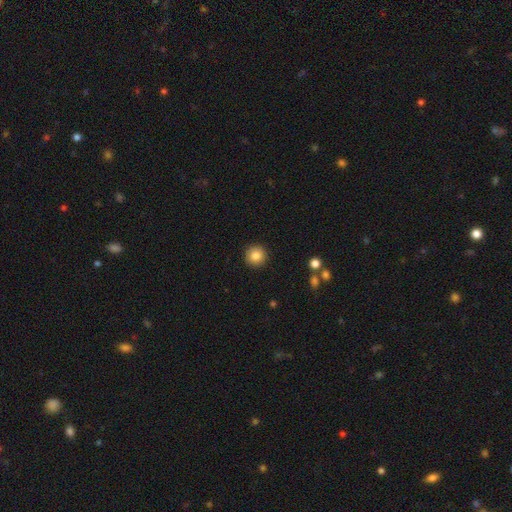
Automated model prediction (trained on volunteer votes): Smooth or featured? smooth (85%)
How rounded? round (94%)
Merging? none (92%)